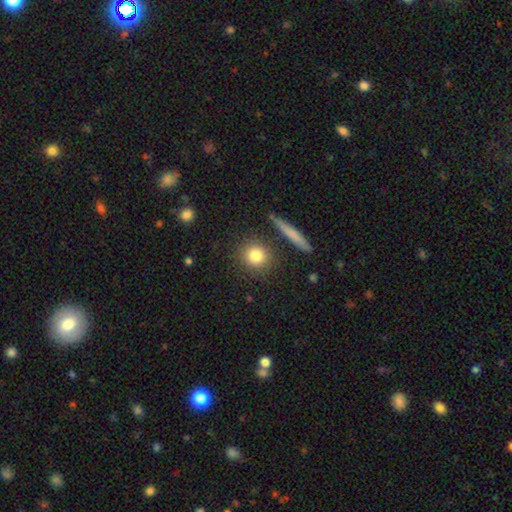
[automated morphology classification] A smooth galaxy with no disk features (81%) that is round (87%). Merging: none (85%).